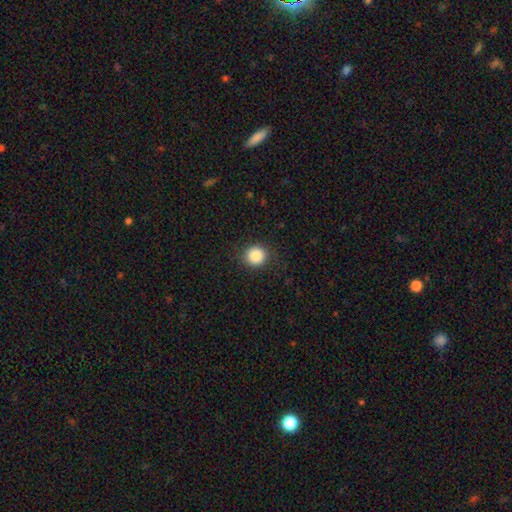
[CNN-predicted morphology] smooth-or-featured: smooth: 87% | star or artifact: 9% | featured or disk: 3%
  how-rounded: round: 91% | in between: 8% | cigar-shaped: 1%
  merging: none: 88% | minor disturbance: 8% | major disturbance: 3% | merger: 1%